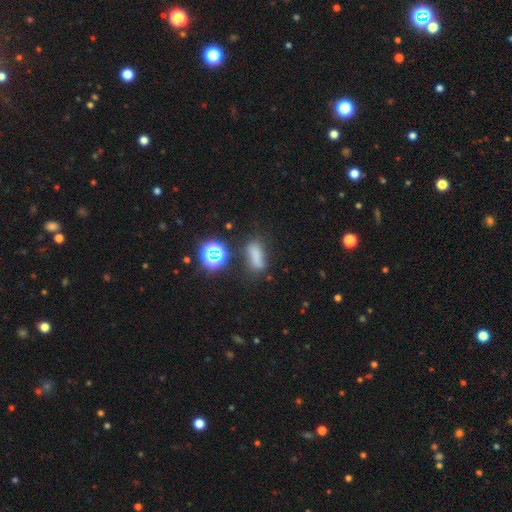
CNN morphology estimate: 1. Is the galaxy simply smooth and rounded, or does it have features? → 62% smooth, 23% star or artifact, 15% featured or disk.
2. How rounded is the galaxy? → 59% in between, 30% cigar-shaped, 11% round.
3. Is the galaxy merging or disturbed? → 52% none, 24% minor disturbance, 15% major disturbance, 10% merger.